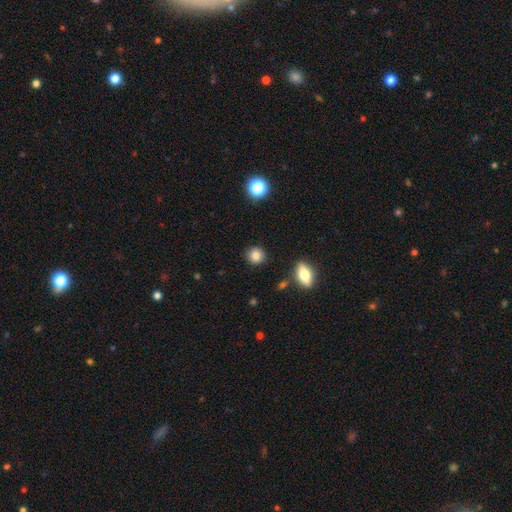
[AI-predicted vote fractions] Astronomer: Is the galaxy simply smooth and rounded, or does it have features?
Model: smooth — 83%.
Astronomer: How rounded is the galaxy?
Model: round — 89%.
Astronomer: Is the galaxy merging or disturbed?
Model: none — 89%.